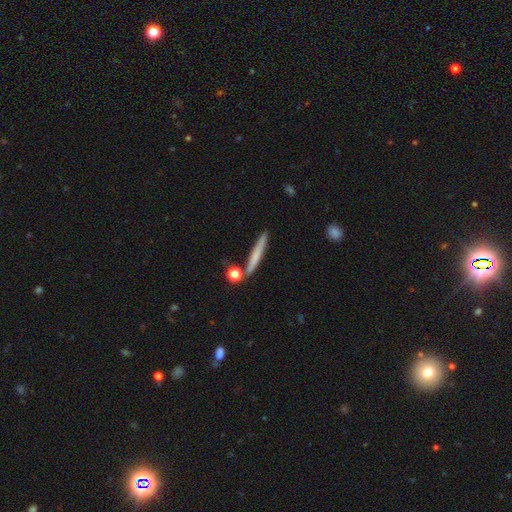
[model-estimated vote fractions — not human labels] Overall: smooth (66%; featured or disk 27%). How rounded: cigar-shaped (93%). Merging: none (81%).